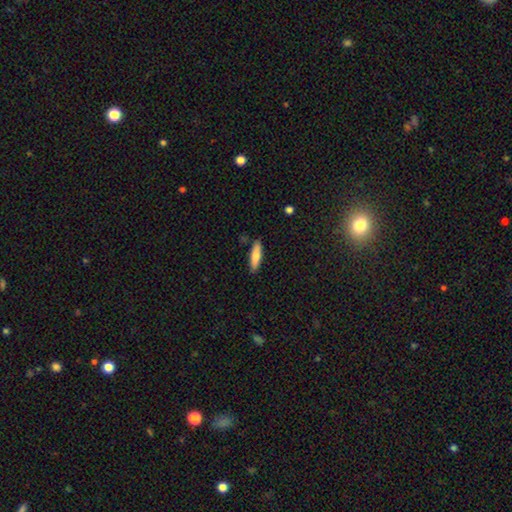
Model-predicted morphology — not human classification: Smooth or featured? smooth (77%)
How rounded? cigar-shaped (70%)
Merging? none (86%)